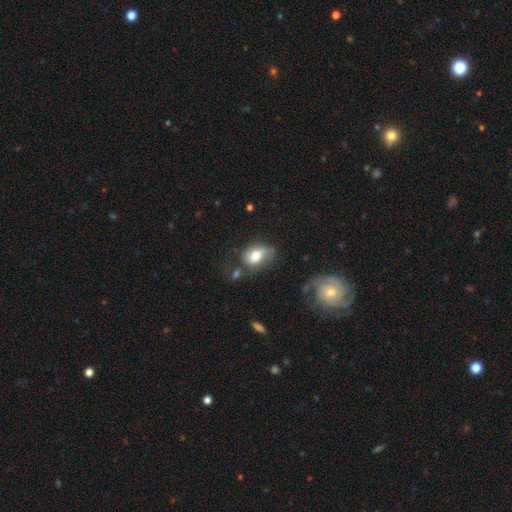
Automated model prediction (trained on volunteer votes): Q: Smooth or featured?
A: smooth (73%); runner-up: featured or disk (20%)
Q: How rounded?
A: in between (77%); runner-up: round (21%)
Q: Merging?
A: none (46%); runner-up: minor disturbance (28%)